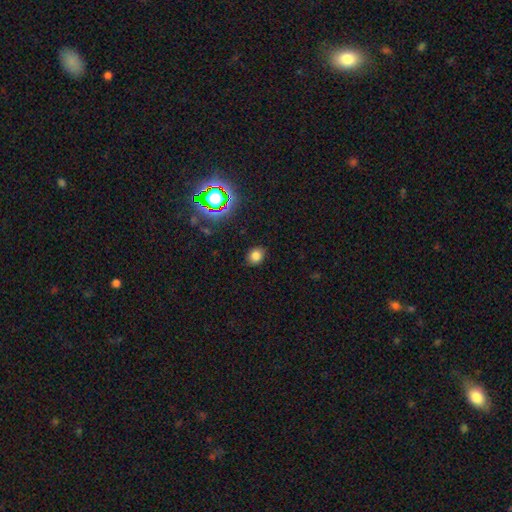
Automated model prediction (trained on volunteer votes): Smooth or featured: smooth — 76% (star or artifact — 17%)
How rounded: in between — 51% (round — 48%)
Merging: none — 85% (minor disturbance — 11%)